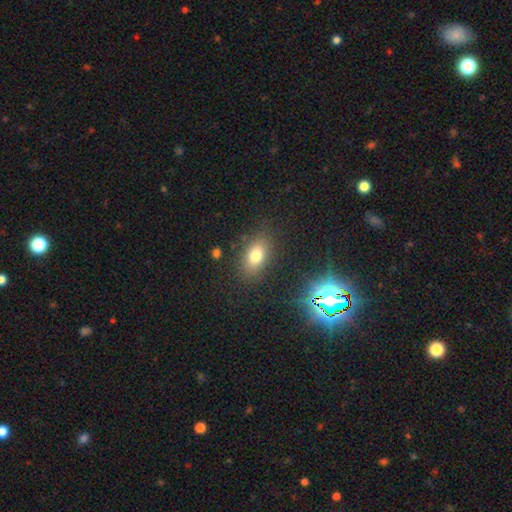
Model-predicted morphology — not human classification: Smooth or featured? smooth (74%)
How rounded? in between (82%)
Merging? none (83%)